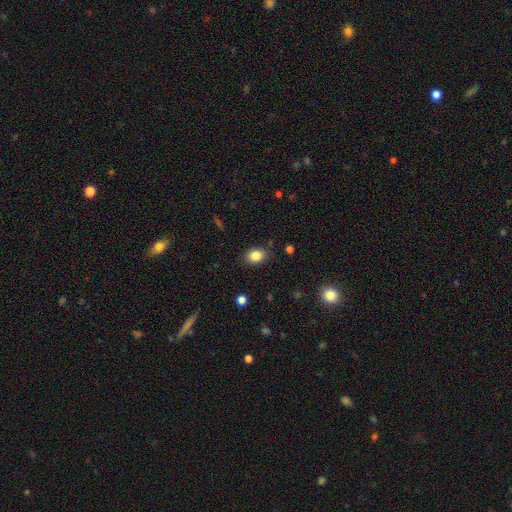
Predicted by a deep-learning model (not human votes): smooth_or_featured: smooth (p=0.84) [alt: star or artifact p=0.09]
how_rounded: in between (p=0.65) [alt: round p=0.34]
merging: none (p=0.83) [alt: minor disturbance p=0.13]